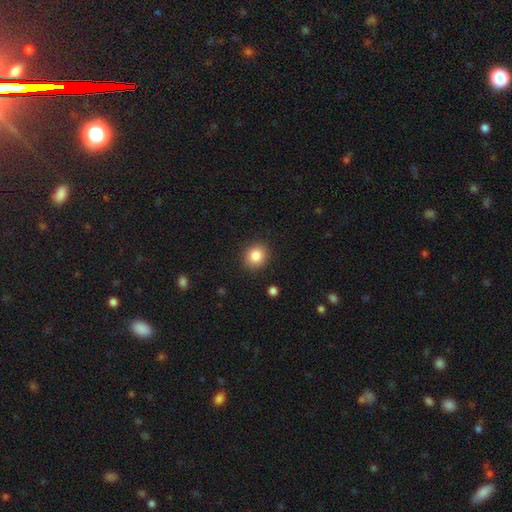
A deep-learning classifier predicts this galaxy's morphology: smooth-or-featured: smooth: 86% | star or artifact: 9% | featured or disk: 5%
  how-rounded: round: 80% | in between: 19% | cigar-shaped: 1%
  merging: none: 89% | minor disturbance: 7% | major disturbance: 2% | merger: 1%